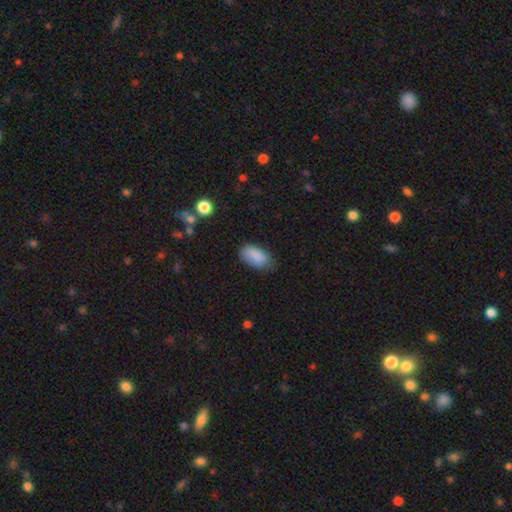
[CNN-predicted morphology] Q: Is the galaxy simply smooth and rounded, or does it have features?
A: smooth — 86%.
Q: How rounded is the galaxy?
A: in between — 94%.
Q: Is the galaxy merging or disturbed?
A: none — 65%.